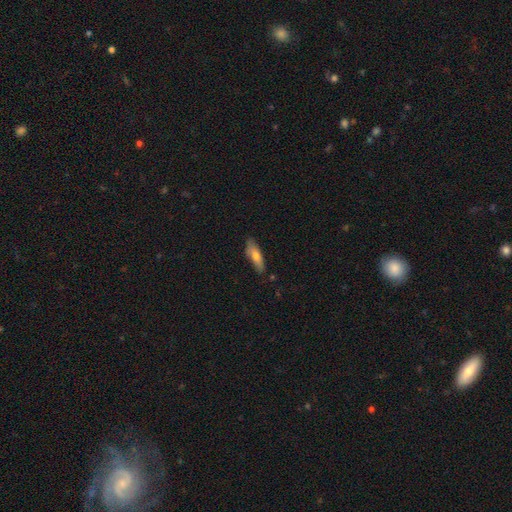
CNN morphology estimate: type=smooth (68%); roundness=cigar-shaped (55%); merging=none (75%).